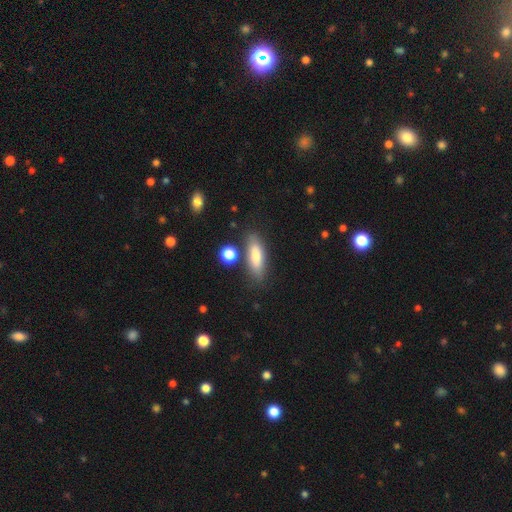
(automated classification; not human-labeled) A smooth galaxy with no disk features (75%) that is in between round and cigar-shaped (52%).

Vote fractions:
- Smooth or featured? smooth: 75% / featured or disk: 17% / star or artifact: 7%
- How rounded? in between: 52% / cigar-shaped: 46% / round: 3%
- Merging? none: 78% / minor disturbance: 13% / merger: 6% / major disturbance: 3%